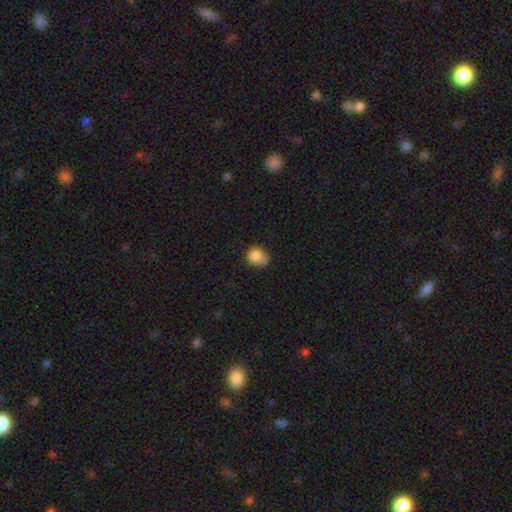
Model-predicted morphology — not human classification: A smooth galaxy with no disk features (81%) that is round (65%). Merging: none (42%).